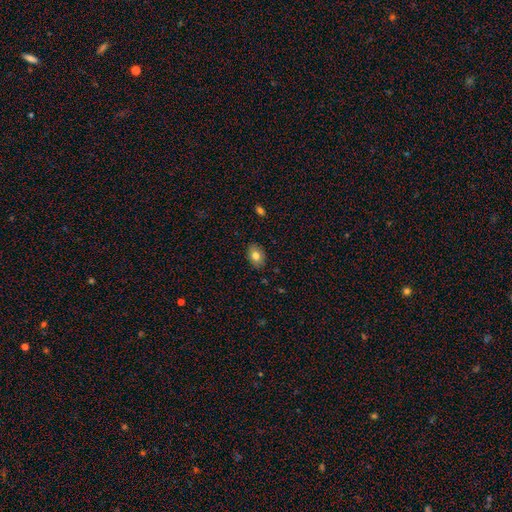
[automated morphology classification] This appears to be a smooth galaxy with no disk features (79%) that is in between round and cigar-shaped (79%). Merging: none (86%).